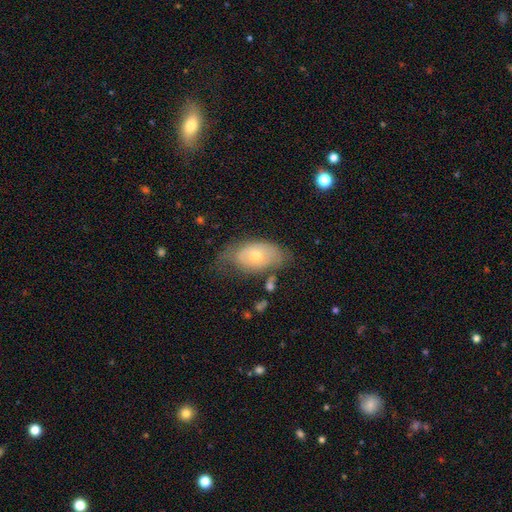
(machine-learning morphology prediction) Smooth or featured: smooth — 52% (featured or disk — 40%)
How rounded: in between — 90% (round — 8%)
Merging: none — 46% (minor disturbance — 33%)